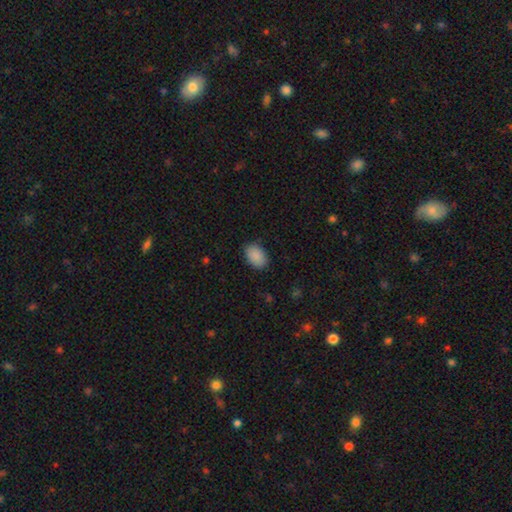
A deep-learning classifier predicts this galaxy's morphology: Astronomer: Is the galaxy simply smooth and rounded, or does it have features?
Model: smooth — 90%.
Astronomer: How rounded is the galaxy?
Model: in between — 85%.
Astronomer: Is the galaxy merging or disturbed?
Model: none — 86%.